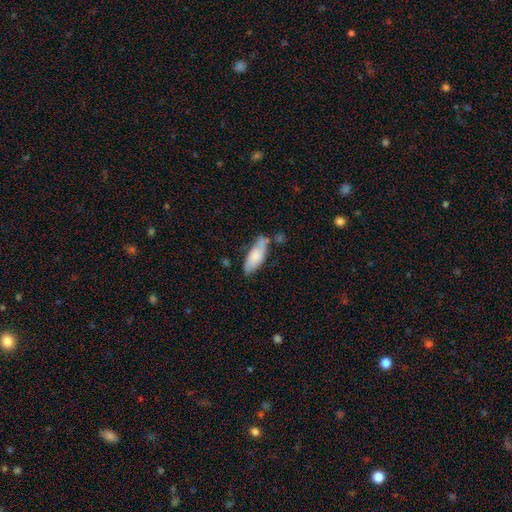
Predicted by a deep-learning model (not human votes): This is likely a smooth galaxy (68%). How rounded: likely in between (72%). Merging: possibly none (54%).